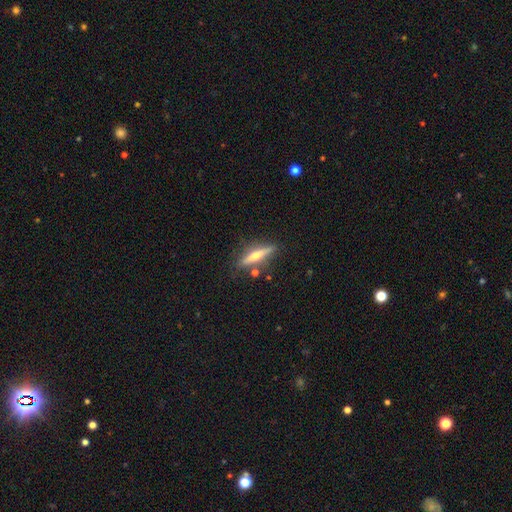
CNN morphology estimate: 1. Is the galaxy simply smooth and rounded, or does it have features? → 65% featured or disk, 29% smooth, 6% star or artifact.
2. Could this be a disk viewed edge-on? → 95% yes, 5% no.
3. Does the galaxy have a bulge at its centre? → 91% rounded, 6% none, 3% boxy.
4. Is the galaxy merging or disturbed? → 82% none, 11% minor disturbance, 5% merger, 3% major disturbance.